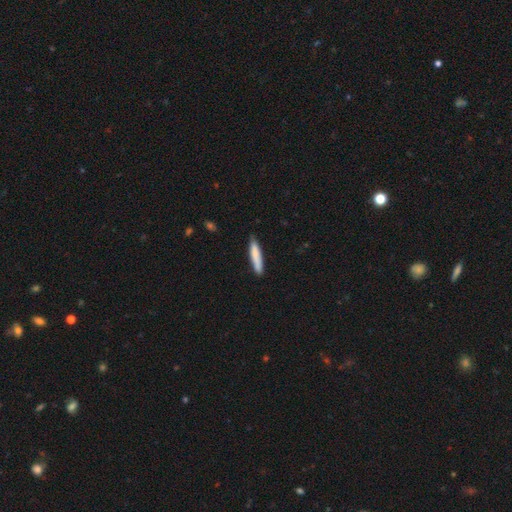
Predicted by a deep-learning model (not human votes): Morphology: type=smooth (81%); roundness=cigar-shaped (89%); merging=none (81%).